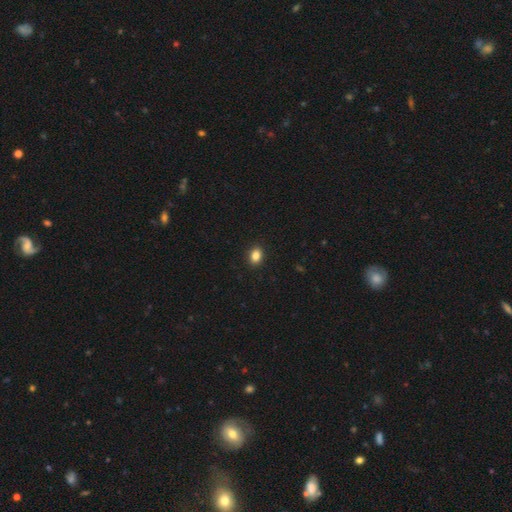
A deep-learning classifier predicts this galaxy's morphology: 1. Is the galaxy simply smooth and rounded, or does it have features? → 86% smooth, 10% star or artifact, 4% featured or disk.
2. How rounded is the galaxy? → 69% in between, 30% round, 1% cigar-shaped.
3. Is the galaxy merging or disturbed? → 91% none, 7% minor disturbance, 2% major disturbance, 1% merger.